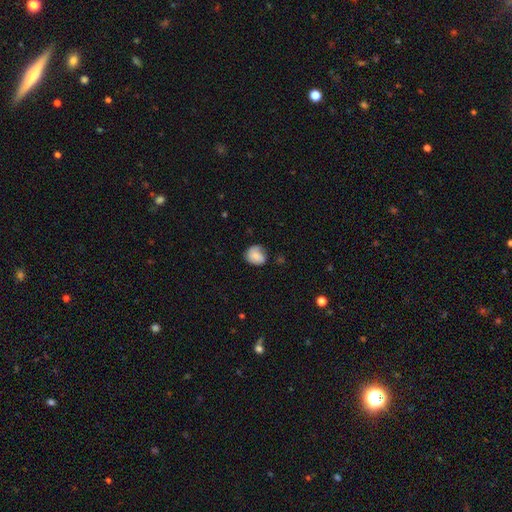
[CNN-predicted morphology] A smooth galaxy with no disk features (69%) that is round (64%).

Vote fractions:
- Smooth or featured? smooth: 69% / featured or disk: 23% / star or artifact: 8%
- How rounded? round: 64% / in between: 35% / cigar-shaped: 1%
- Merging? none: 58% / minor disturbance: 30% / major disturbance: 10% / merger: 2%